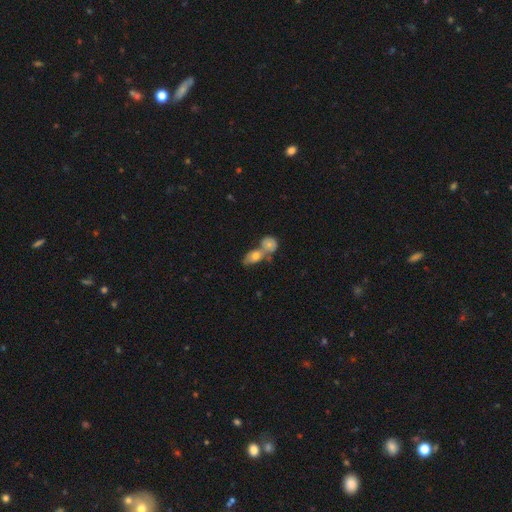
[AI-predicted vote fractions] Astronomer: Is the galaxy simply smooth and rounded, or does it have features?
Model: smooth — 52% (runner-up: featured or disk, 31%).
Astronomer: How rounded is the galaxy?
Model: in between — 66%.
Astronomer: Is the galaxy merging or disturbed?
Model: merger — 56% (runner-up: none, 31%).